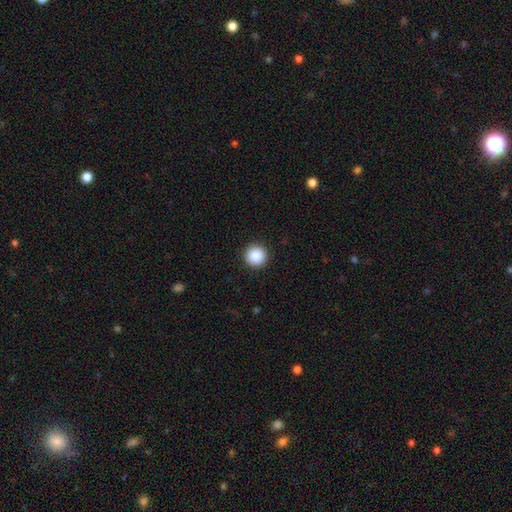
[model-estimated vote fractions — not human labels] A smooth galaxy with no disk features (89%) that is round (96%).

Vote fractions:
- Smooth or featured? smooth: 89% / star or artifact: 8% / featured or disk: 3%
- How rounded? round: 96% / in between: 3% / cigar-shaped: 1%
- Merging? none: 93% / minor disturbance: 4% / major disturbance: 2% / merger: 1%